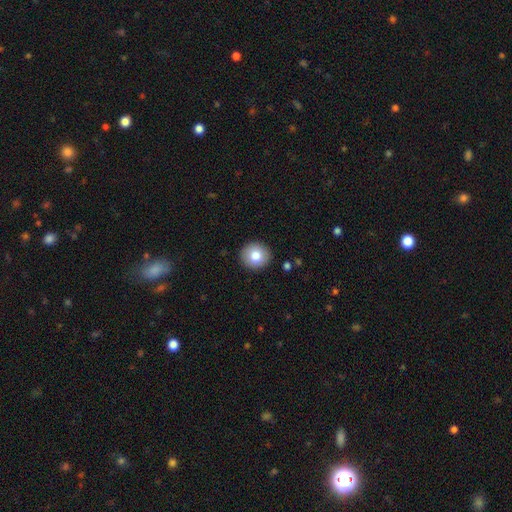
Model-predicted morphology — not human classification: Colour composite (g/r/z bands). It shows a smooth galaxy with no disk features (81%) that is round (91%). Merging: none (92%).